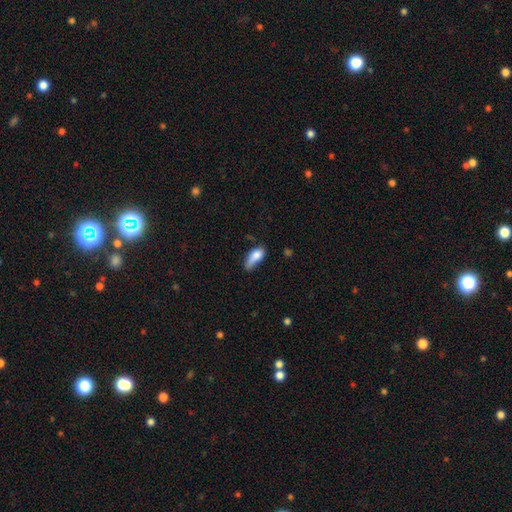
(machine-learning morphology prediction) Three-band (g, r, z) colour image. It shows a smooth galaxy with no disk features (79%) that is in between round and cigar-shaped (79%). Merging: minor disturbance (40%).